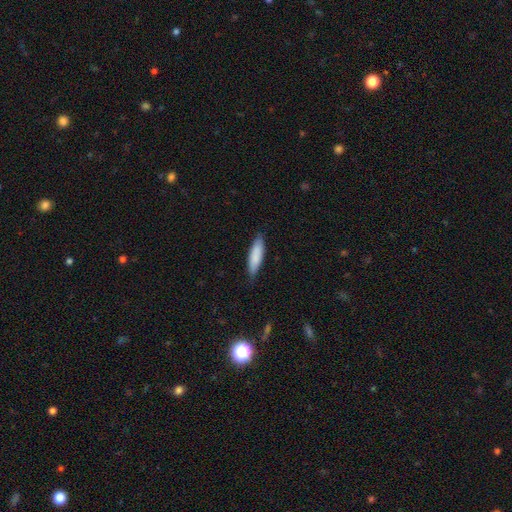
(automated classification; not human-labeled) Morphology: type=smooth (84%); roundness=cigar-shaped (57%); merging=none (80%).